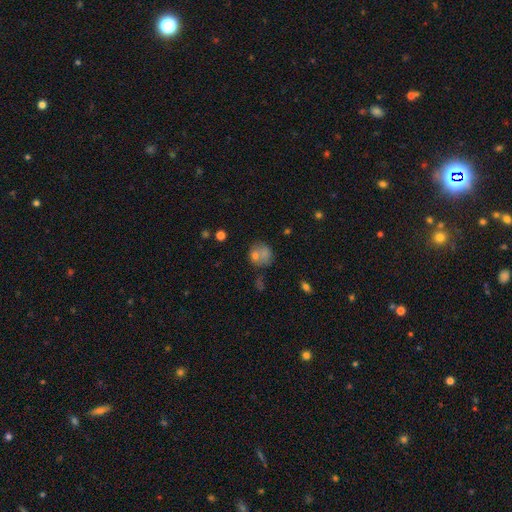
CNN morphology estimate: This is likely a smooth galaxy (68%). How rounded: likely round (75%). Merging: marginally none (45%).